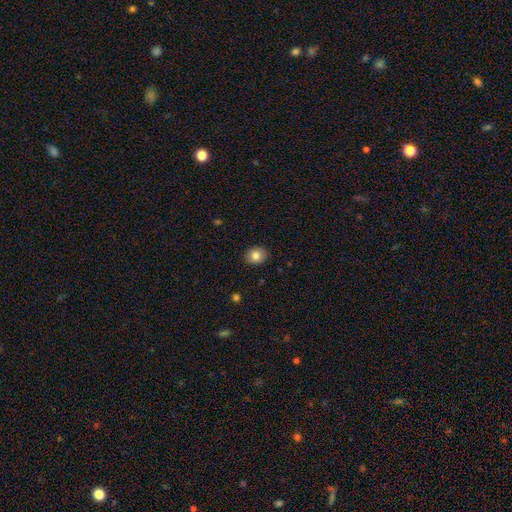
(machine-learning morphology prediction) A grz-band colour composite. It shows a smooth galaxy with no disk features (83%) that is round (58%). Merging: none (90%).